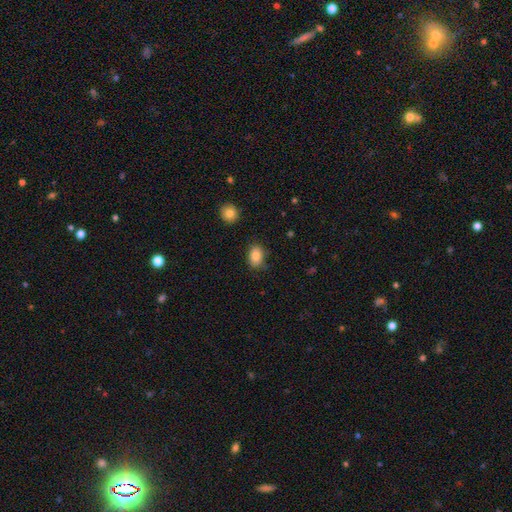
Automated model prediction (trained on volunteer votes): The model was most divided on "how rounded": in between: 79%, round: 20%, cigar-shaped: 1%. More confident: smooth or featured — smooth (85%); merging — none (80%).